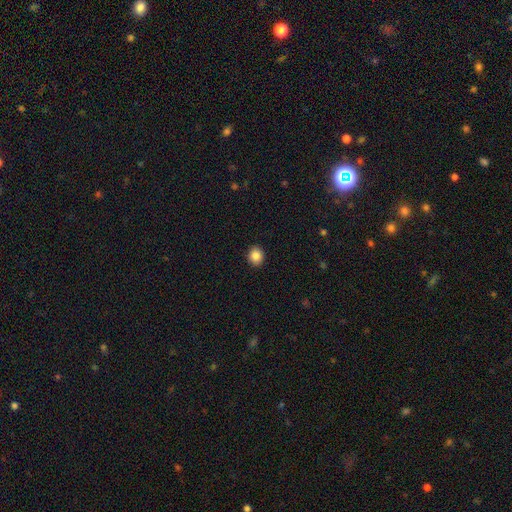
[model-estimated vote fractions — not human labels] Smooth or featured? Predicted: smooth (p=0.86). How rounded? Predicted: round (p=0.78). Merging? Predicted: none (p=0.92).